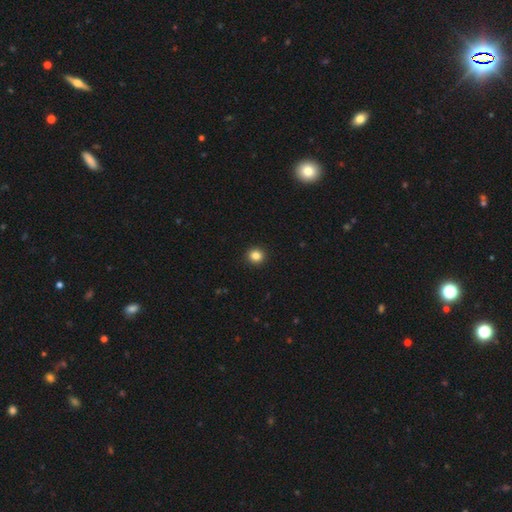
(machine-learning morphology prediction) smooth-or-featured: smooth: 84% | star or artifact: 11% | featured or disk: 5%
  how-rounded: round: 91% | in between: 8% | cigar-shaped: 1%
  merging: none: 93% | minor disturbance: 4% | major disturbance: 1% | merger: 1%